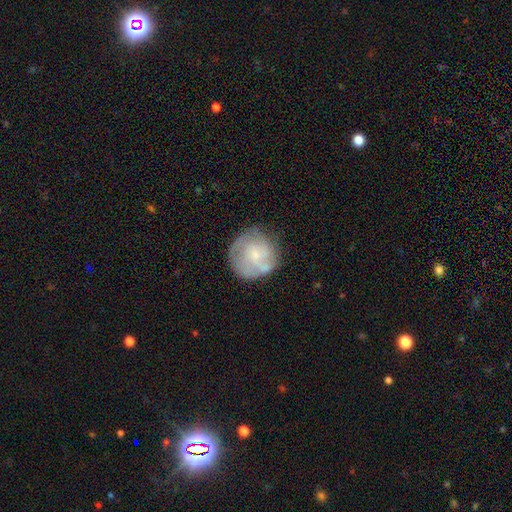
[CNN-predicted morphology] A featured or disk galaxy (50%).

Vote fractions:
- Smooth or featured? featured or disk: 50% / smooth: 42% / star or artifact: 7%
- Edge-on disk? no: 98% / yes: 2%
- Merging? none: 62% / minor disturbance: 22% / major disturbance: 12% / merger: 5%